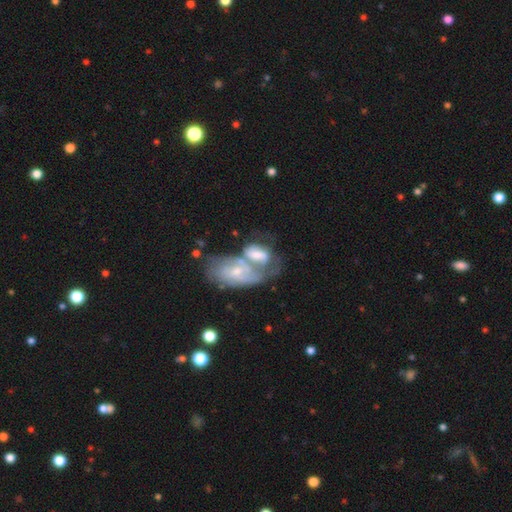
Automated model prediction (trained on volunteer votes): Morphology: type=featured or disk (63%); edge-on=no (93%); bar=no (60%); spiral arms=yes (70%); bulge=small (55%); merging=merger (66%).